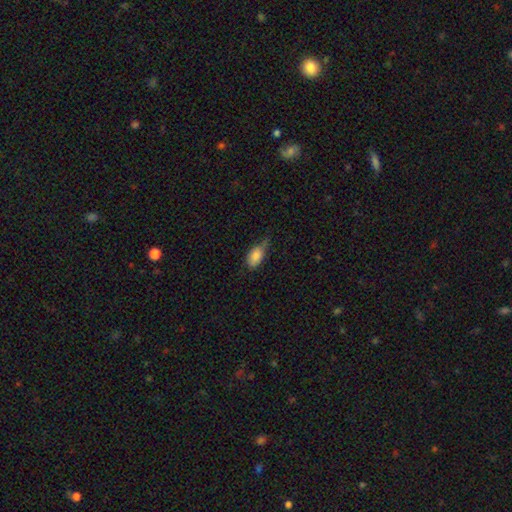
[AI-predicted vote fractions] This appears to be a smooth galaxy with no disk features (81%) that is in between round and cigar-shaped (89%). Merging: minor disturbance (45%).